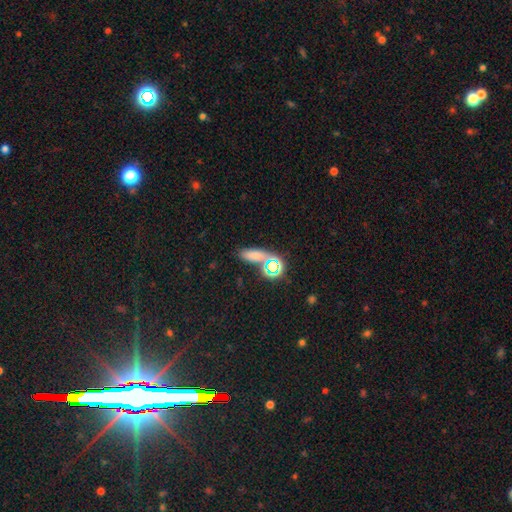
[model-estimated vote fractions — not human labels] smooth_or_featured: smooth (p=0.63) [alt: star or artifact p=0.29]
how_rounded: in between (p=0.53) [alt: cigar-shaped p=0.34]
merging: none (p=0.70) [alt: merger p=0.13]